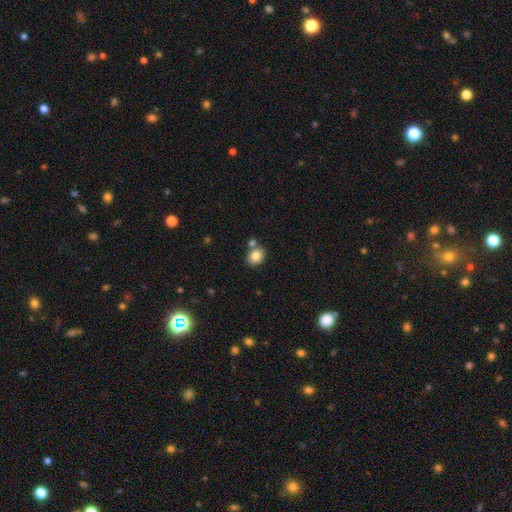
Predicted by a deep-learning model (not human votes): smooth-or-featured: smooth: 82% | star or artifact: 9% | featured or disk: 8%
  how-rounded: round: 53% | in between: 46% | cigar-shaped: 1%
  merging: none: 67% | merger: 19% | minor disturbance: 11% | major disturbance: 3%